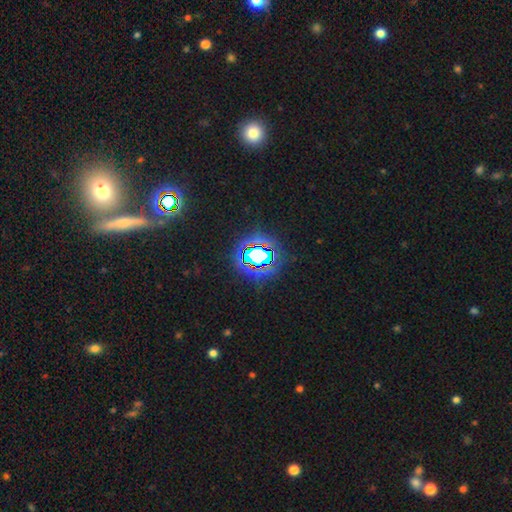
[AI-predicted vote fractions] Morphology: type=star or artifact (68%).